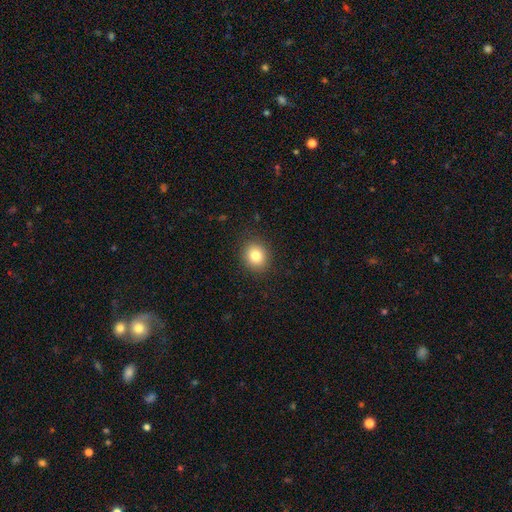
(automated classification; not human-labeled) smooth_or_featured: smooth (p=0.82) [alt: star or artifact p=0.11]
how_rounded: round (p=0.74) [alt: in between p=0.25]
merging: none (p=0.90) [alt: minor disturbance p=0.07]